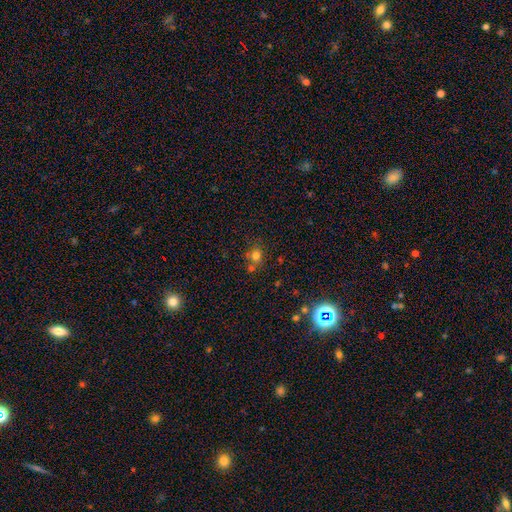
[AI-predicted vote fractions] smooth_or_featured: smooth (p=0.72) [alt: star or artifact p=0.19]
how_rounded: round (p=0.74) [alt: in between p=0.25]
merging: none (p=0.59) [alt: merger p=0.24]